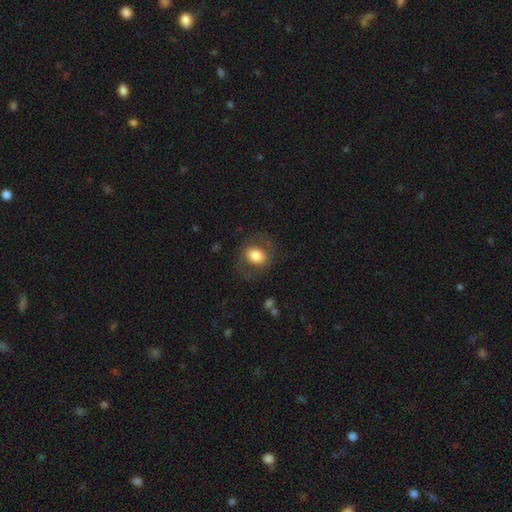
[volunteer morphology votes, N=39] smooth_or_featured: smooth (p=0.72) [alt: featured or disk p=0.21]
how_rounded: in between (p=0.57) [alt: round p=0.39]
merging: none (p=0.72) [alt: minor disturbance p=0.14]